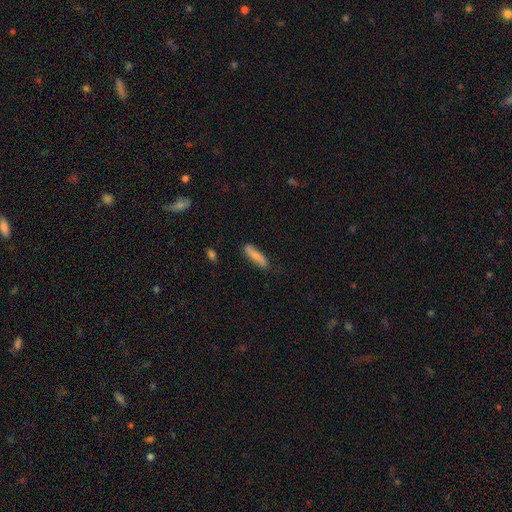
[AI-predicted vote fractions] This is likely a smooth galaxy (75%). How rounded: likely cigar-shaped (74%). Merging: likely none (78%).